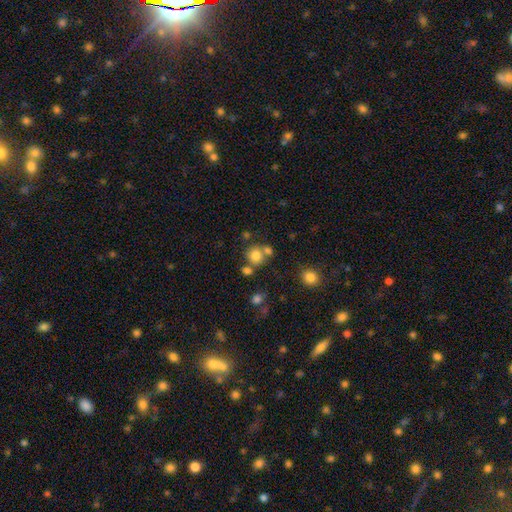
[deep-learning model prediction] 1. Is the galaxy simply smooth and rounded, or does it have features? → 78% smooth, 13% star or artifact, 9% featured or disk.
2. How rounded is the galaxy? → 85% round, 14% in between, 1% cigar-shaped.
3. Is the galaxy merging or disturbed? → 59% none, 26% merger, 11% minor disturbance, 4% major disturbance.